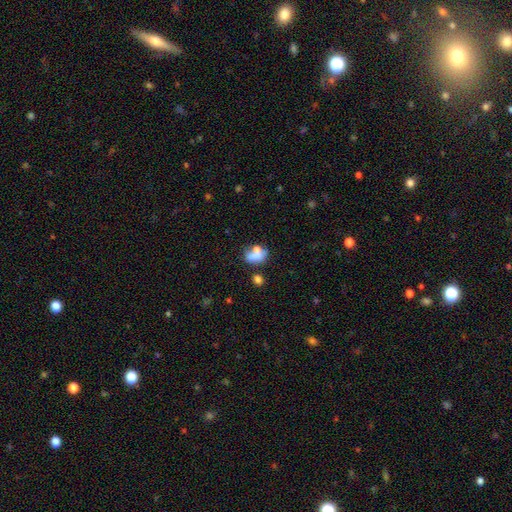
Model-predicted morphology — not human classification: The model was most divided on "merging": none: 37%, merger: 29%, minor disturbance: 21%, major disturbance: 13%. More confident: how rounded — in between (72%); smooth or featured — smooth (67%).